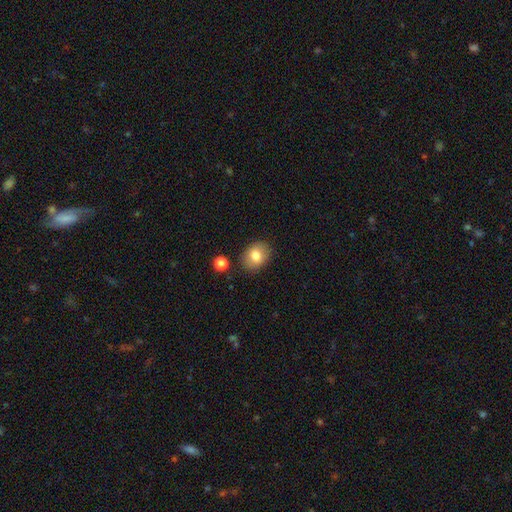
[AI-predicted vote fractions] Smooth or featured: smooth — 80% (featured or disk — 11%)
How rounded: in between — 62% (round — 37%)
Merging: none — 84% (minor disturbance — 11%)